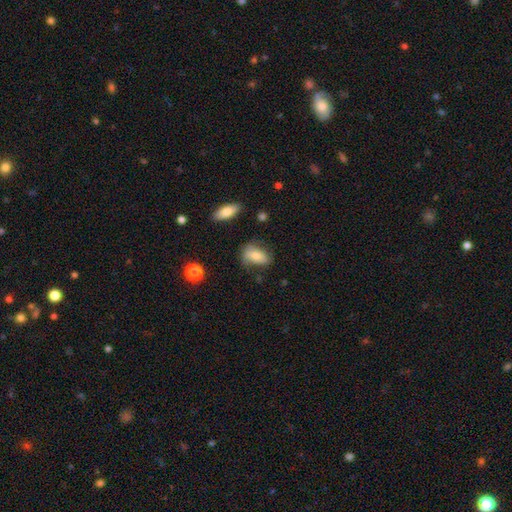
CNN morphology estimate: type=smooth (74%); roundness=in between (88%); merging=none (55%).